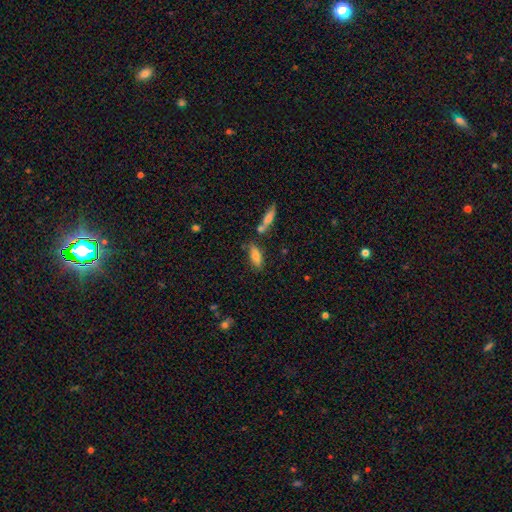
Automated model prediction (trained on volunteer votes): Smooth or featured? smooth (76%)
How rounded? in between (69%)
Merging? none (66%)